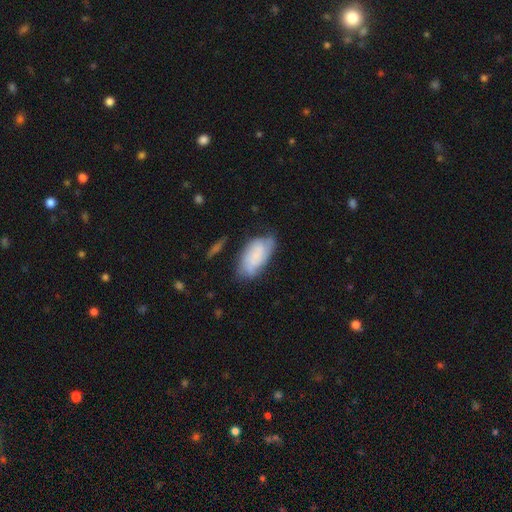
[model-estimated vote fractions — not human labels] smooth-or-featured: smooth: 62% | featured or disk: 30% | star or artifact: 7%
  how-rounded: in between: 93% | cigar-shaped: 4% | round: 3%
  merging: none: 56% | minor disturbance: 31% | major disturbance: 9% | merger: 3%